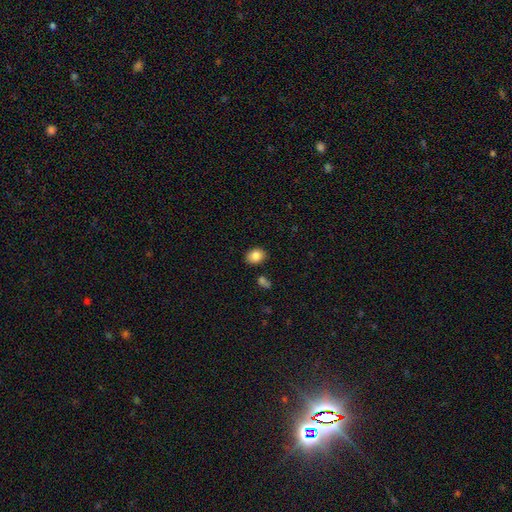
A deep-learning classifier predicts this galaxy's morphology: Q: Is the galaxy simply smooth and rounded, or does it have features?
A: smooth — 84%.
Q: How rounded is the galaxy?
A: in between — 60%.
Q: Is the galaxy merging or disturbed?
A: none — 84%.